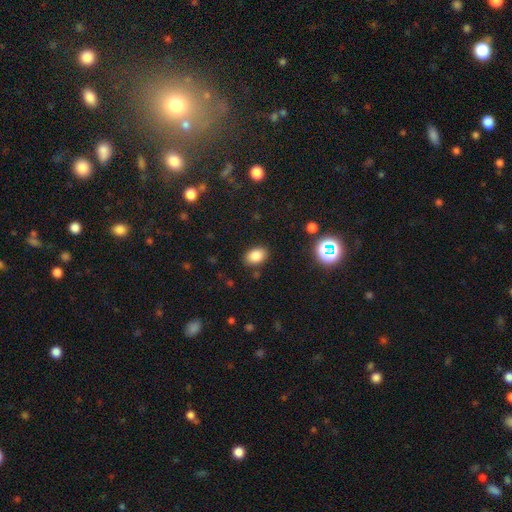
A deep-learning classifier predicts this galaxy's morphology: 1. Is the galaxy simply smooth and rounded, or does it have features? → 84% smooth, 11% star or artifact, 5% featured or disk.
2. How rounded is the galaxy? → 81% in between, 18% round, 1% cigar-shaped.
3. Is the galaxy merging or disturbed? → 85% none, 10% minor disturbance, 3% major disturbance, 2% merger.